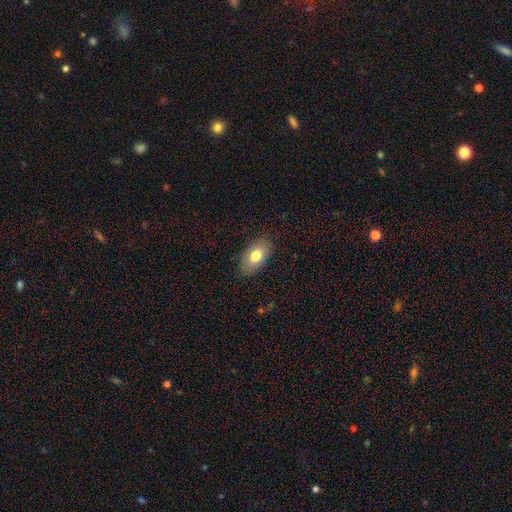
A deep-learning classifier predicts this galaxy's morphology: smooth_or_featured: smooth (p=0.77) [alt: featured or disk p=0.16]
how_rounded: in between (p=0.92) [alt: round p=0.05]
merging: none (p=0.85) [alt: minor disturbance p=0.12]